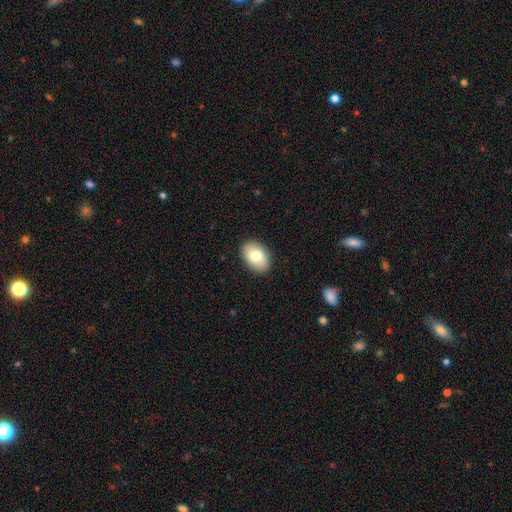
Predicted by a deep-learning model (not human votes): Q: Smooth or featured?
A: smooth (79%); runner-up: featured or disk (15%)
Q: How rounded?
A: in between (87%); runner-up: round (12%)
Q: Merging?
A: none (89%); runner-up: minor disturbance (8%)